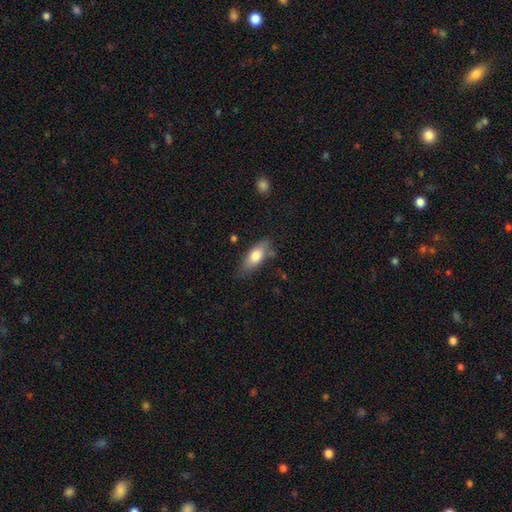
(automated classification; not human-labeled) Smooth or featured: smooth — 75% (featured or disk — 19%)
How rounded: in between — 79% (cigar-shaped — 18%)
Merging: none — 70% (minor disturbance — 22%)